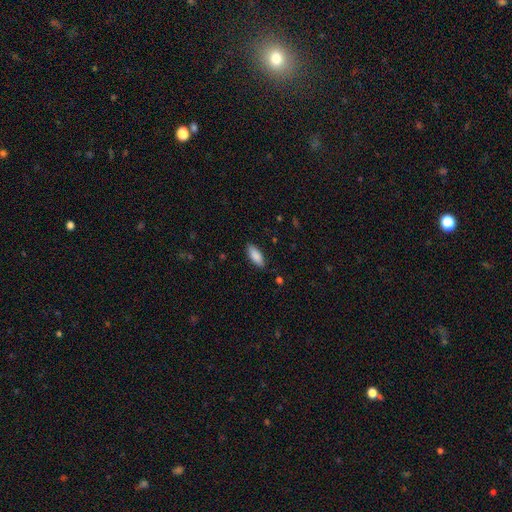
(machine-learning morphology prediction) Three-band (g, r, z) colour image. It shows a smooth galaxy with no disk features (88%) that is in between round and cigar-shaped (80%). Merging: none (87%).